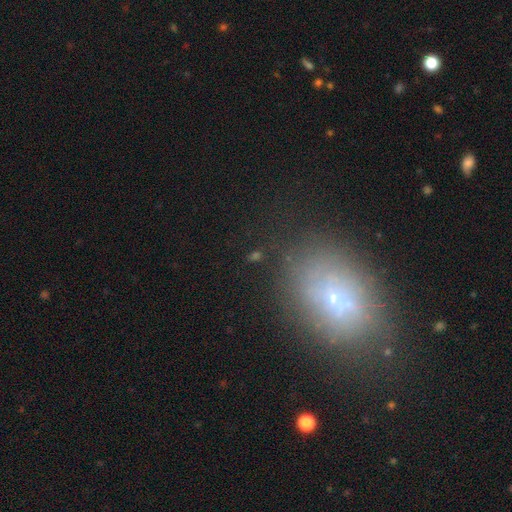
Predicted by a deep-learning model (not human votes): Smooth or featured? smooth (38%, tied with star or artifact)
Merging? none (70%)